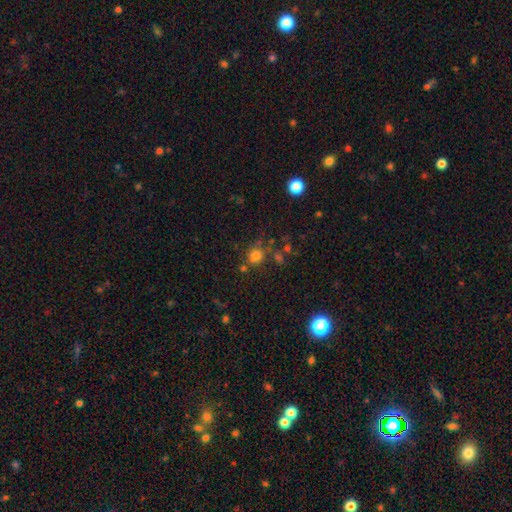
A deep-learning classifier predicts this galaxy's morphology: Q: Smooth or featured?
A: smooth (76%); runner-up: star or artifact (16%)
Q: How rounded?
A: round (86%); runner-up: in between (13%)
Q: Merging?
A: none (70%); runner-up: merger (13%)